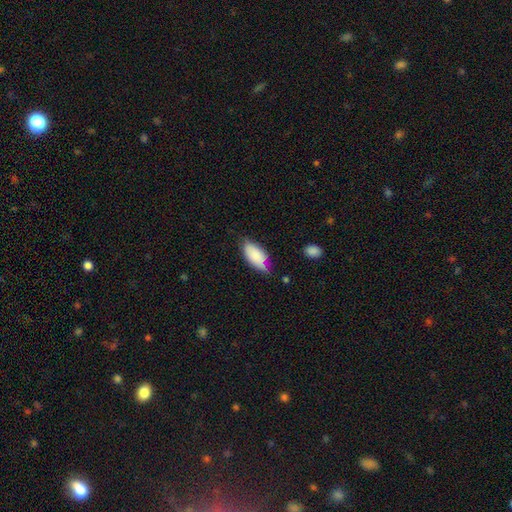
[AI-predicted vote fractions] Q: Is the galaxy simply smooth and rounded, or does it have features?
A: smooth — 80%.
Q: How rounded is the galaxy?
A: in between — 90%.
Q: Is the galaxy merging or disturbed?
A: none — 56%.